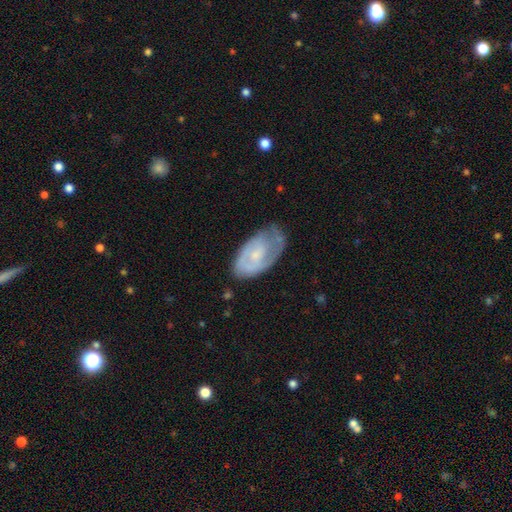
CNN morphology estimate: Smooth or featured? featured or disk (70%)
Edge-on disk? no (96%)
Bar? no (62%)
Spiral arms? yes (86%)
Spiral winding? tight (53%)
Spiral arm count? 2 (46%)
Bulge size? small (61%)
Merging? none (56%)